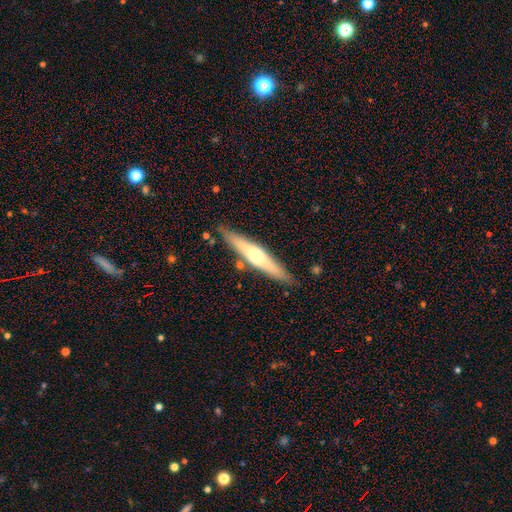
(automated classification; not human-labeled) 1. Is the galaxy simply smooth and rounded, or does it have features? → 56% featured or disk, 39% smooth, 5% star or artifact.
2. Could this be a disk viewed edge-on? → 93% yes, 7% no.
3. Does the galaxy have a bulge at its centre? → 87% rounded, 9% none, 4% boxy.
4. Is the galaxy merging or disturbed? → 86% none, 10% minor disturbance, 3% merger, 2% major disturbance.